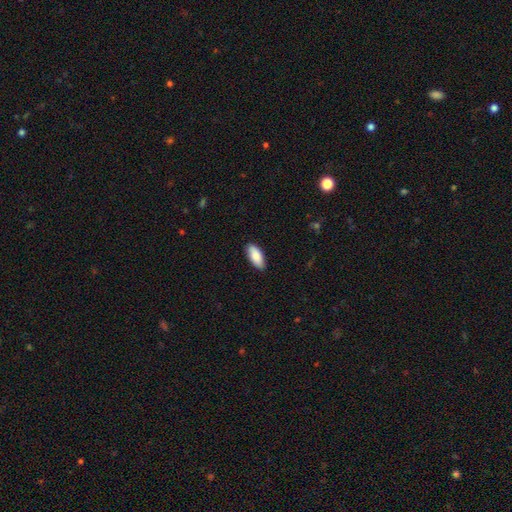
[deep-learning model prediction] Overall: smooth (87%). How rounded: in between (86%). Merging: none (87%).